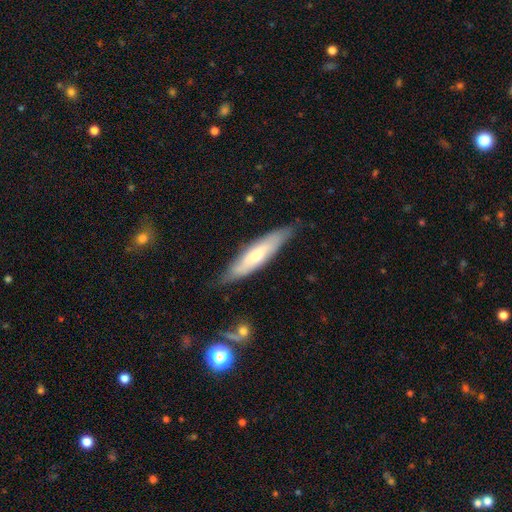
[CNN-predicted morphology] This appears to be a smooth galaxy with no disk features (54%) that is cigar-shaped (75%). Merging: none (77%).